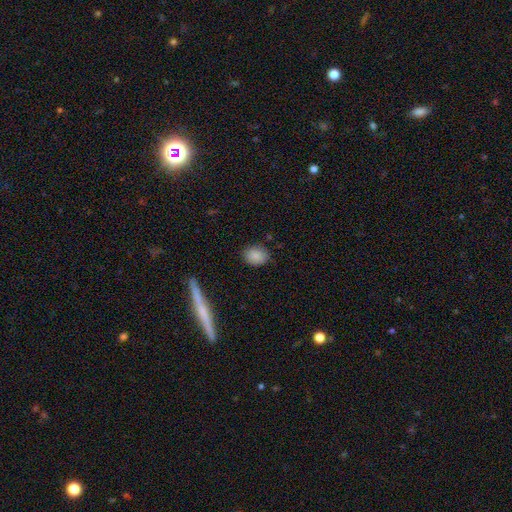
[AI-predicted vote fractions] smooth 86%, star or artifact 8%, featured or disk 6%. Down the decision tree: how rounded — in between (54%); merging — none (85%).